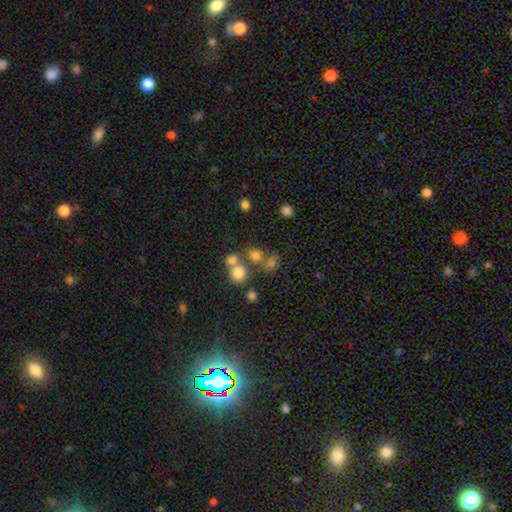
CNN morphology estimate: Smooth or featured? Predicted: smooth (p=0.71). How rounded? Predicted: round (p=0.79). Merging? Predicted: none (p=0.55).